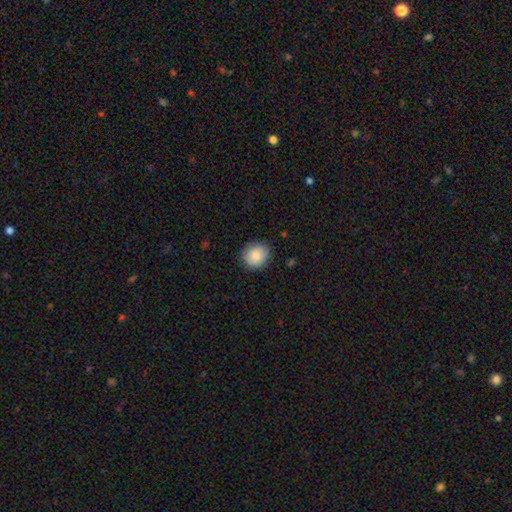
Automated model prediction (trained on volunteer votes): Smooth or featured? smooth (87%)
How rounded? round (80%)
Merging? none (87%)